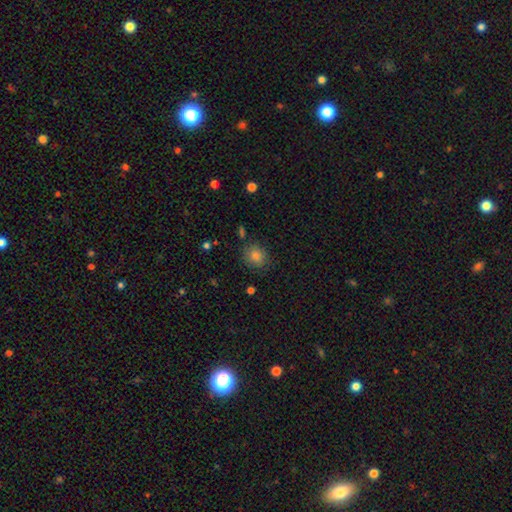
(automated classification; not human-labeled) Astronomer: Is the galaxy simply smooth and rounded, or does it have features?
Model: smooth — 80%.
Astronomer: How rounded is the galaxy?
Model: round — 76%.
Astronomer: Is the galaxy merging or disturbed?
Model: none — 83%.